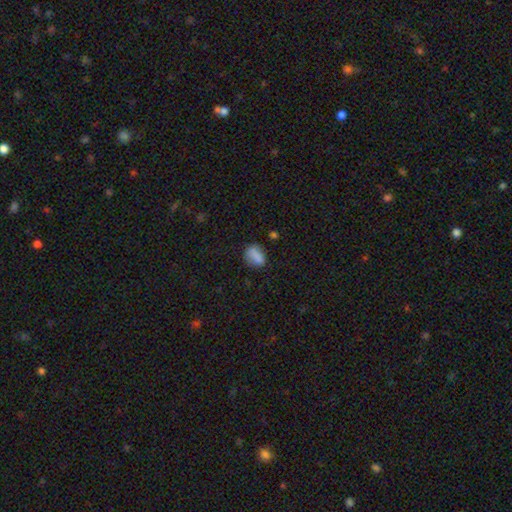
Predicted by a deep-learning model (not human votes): The model was most divided on "how rounded": in between: 70%, round: 28%, cigar-shaped: 3%. More confident: smooth or featured — smooth (82%); merging — none (65%).